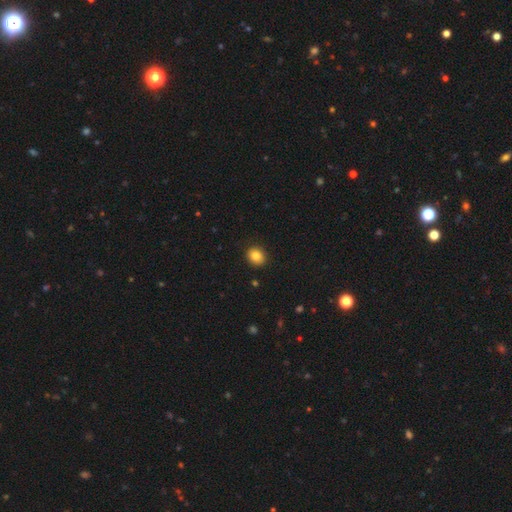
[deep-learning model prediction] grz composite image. It shows a smooth galaxy with no disk features (85%) that is round (75%). Merging: none (90%).